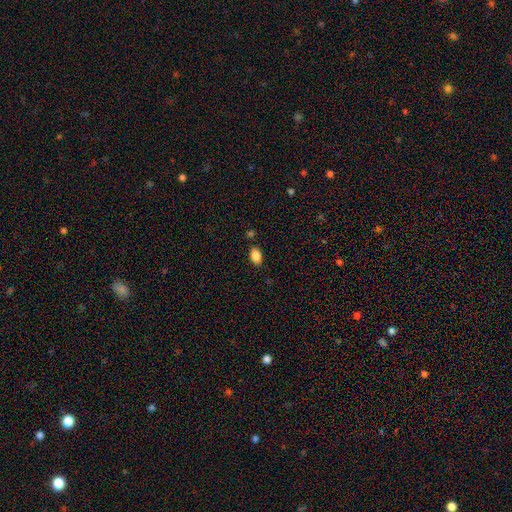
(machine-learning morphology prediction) The model was most divided on "merging": none: 82%, minor disturbance: 11%, merger: 5%, major disturbance: 2%. More confident: how rounded — in between (91%); smooth or featured — smooth (87%).